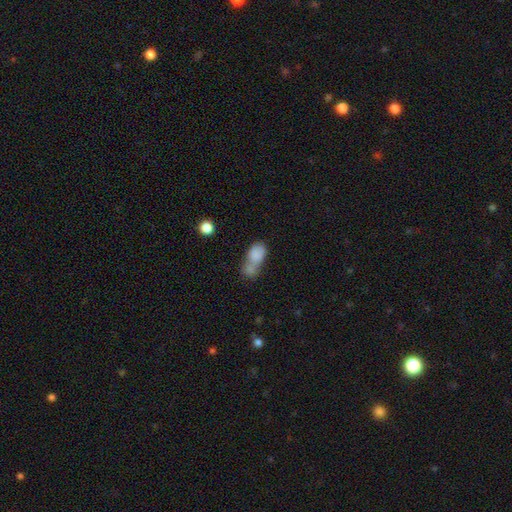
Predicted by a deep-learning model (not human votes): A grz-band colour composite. It shows a smooth galaxy with no disk features (77%) that is in between round and cigar-shaped (80%). Merging: merger (60%).